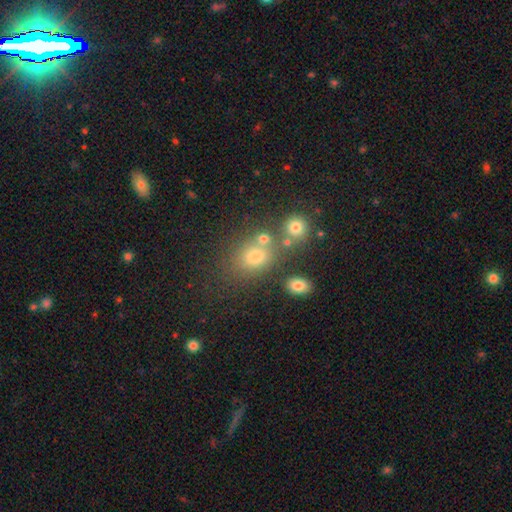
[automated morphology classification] type=smooth (70%); roundness=in between (54%); merging=none (58%).